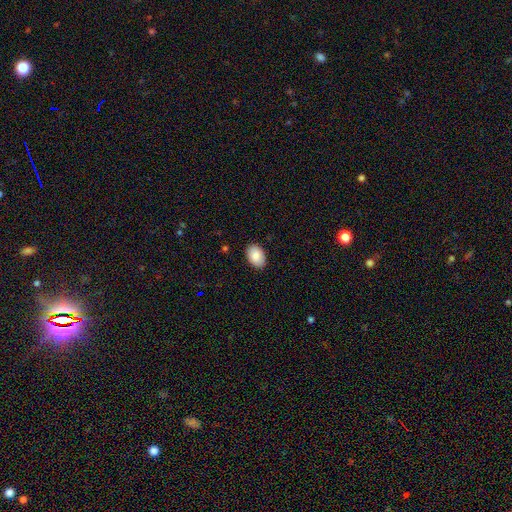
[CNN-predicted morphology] Smooth or featured?
  - smooth: 87% *
  - star or artifact: 7%
  - featured or disk: 6%
How rounded?
  - in between: 86% *
  - round: 13%
  - cigar-shaped: 1%
Merging?
  - none: 89% *
  - minor disturbance: 8%
  - major disturbance: 2%
  - merger: 1%